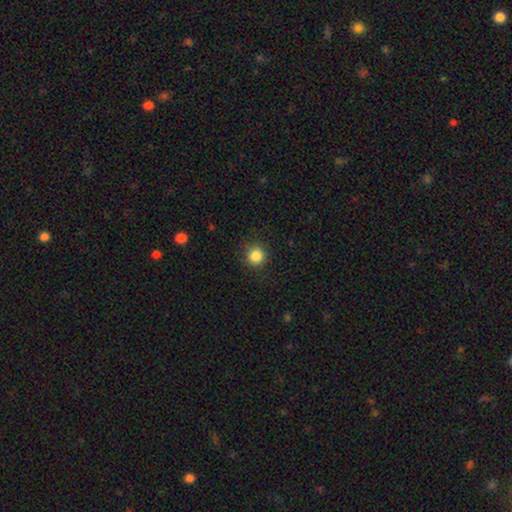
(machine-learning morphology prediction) Overall: smooth (86%). How rounded: round (94%). Merging: none (90%).